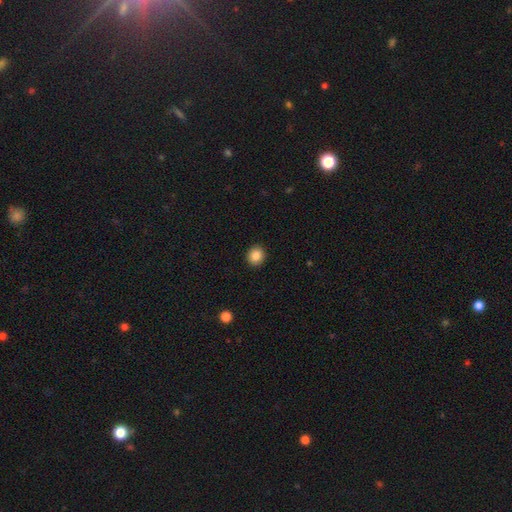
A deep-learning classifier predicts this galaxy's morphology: This appears to be a smooth galaxy with no disk features (86%) that is round (85%). Merging: none (92%).